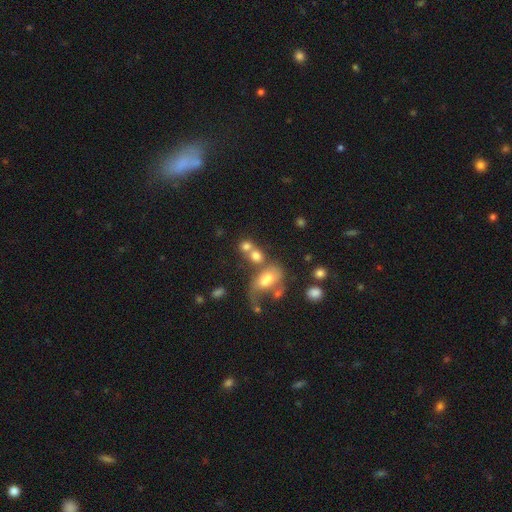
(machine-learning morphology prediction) Smooth or featured?
  - smooth: 68% *
  - featured or disk: 19%
  - star or artifact: 13%
How rounded?
  - round: 54% *
  - in between: 44%
  - cigar-shaped: 2%
Merging?
  - merger: 57% *
  - none: 25%
  - major disturbance: 10%
  - minor disturbance: 9%